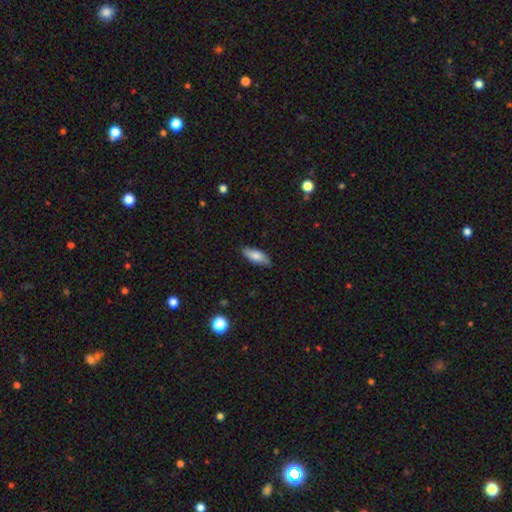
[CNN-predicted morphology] This appears to be a smooth galaxy with no disk features (79%) that is in between round and cigar-shaped (74%). Merging: none (81%).